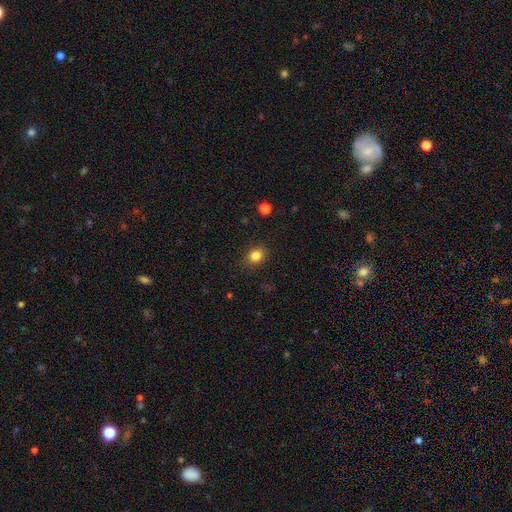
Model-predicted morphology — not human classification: A smooth galaxy with no disk features (83%) that is round (57%).

Vote fractions:
- Smooth or featured? smooth: 83% / star or artifact: 11% / featured or disk: 5%
- How rounded? round: 57% / in between: 42% / cigar-shaped: 1%
- Merging? none: 88% / minor disturbance: 9% / major disturbance: 2% / merger: 1%